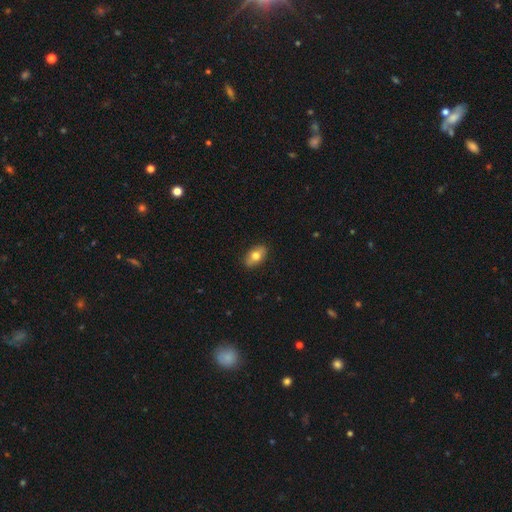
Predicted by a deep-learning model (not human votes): Overall: smooth (71%). How rounded: in between (90%). Merging: none (87%).